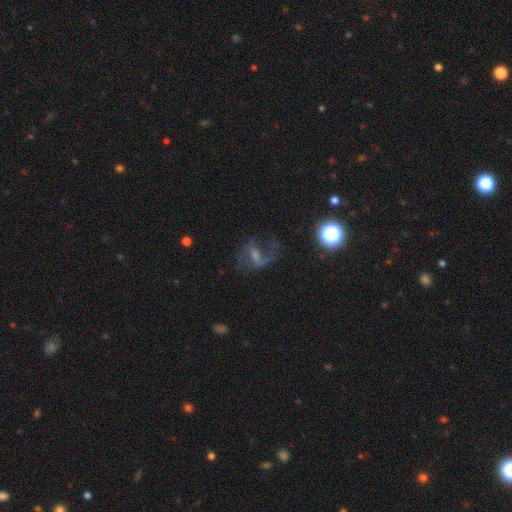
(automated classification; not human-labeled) Overall: featured or disk (65%). Edge-on disk: no (95%). Bar: weak (45%; no 28%). Spiral arms: yes (82%). Spiral arm count: 2 (67%). Spiral winding: loose (59%; medium 32%). Bulge size: small (47%; moderate 28%). Merging: none (53%; major disturbance 25%).